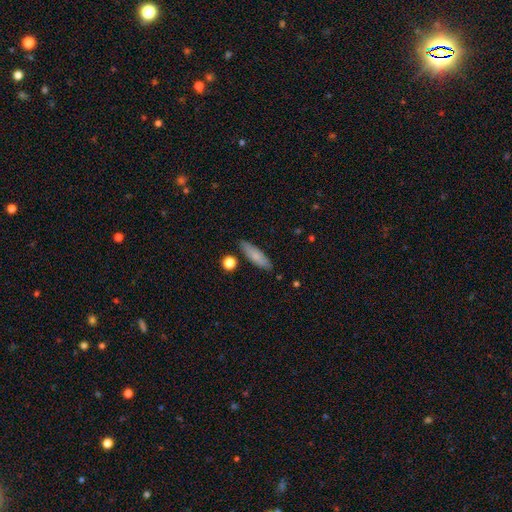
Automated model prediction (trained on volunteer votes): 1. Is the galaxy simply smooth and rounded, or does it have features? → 77% smooth, 17% featured or disk, 7% star or artifact.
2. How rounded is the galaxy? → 56% cigar-shaped, 41% in between, 2% round.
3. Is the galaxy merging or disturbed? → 83% none, 12% minor disturbance, 3% merger, 2% major disturbance.